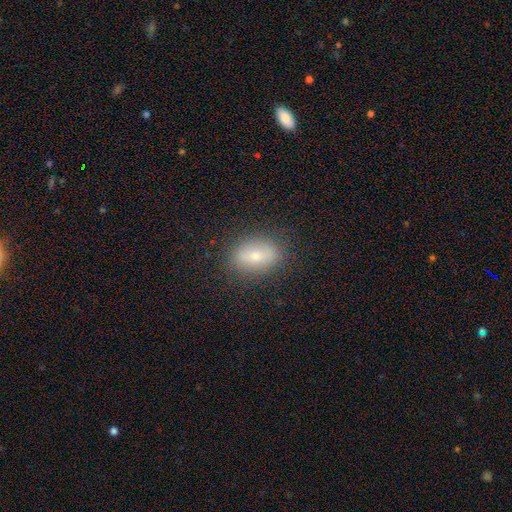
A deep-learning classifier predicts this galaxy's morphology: This is likely a smooth galaxy (67%). How rounded: clearly in between (80%). Merging: clearly none (85%).